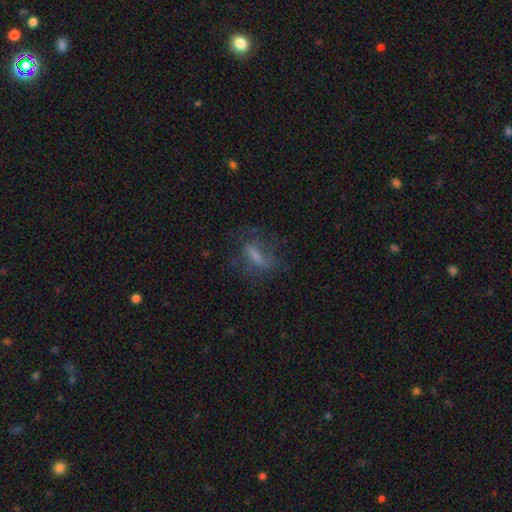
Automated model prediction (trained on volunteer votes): smooth_or_featured: smooth (p=0.47) [alt: featured or disk p=0.39]
merging: none (p=0.60) [alt: minor disturbance p=0.19]